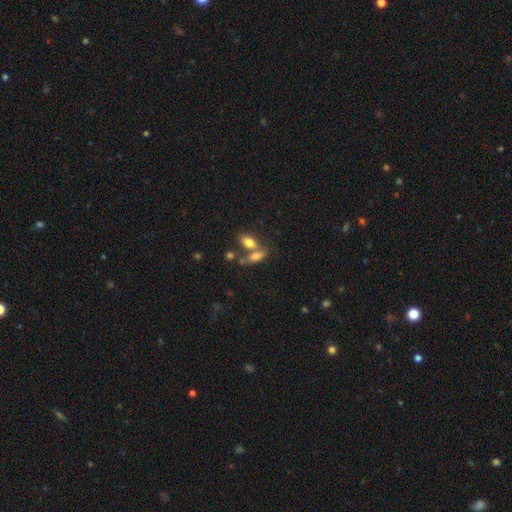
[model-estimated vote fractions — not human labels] smooth_or_featured: smooth (p=0.72) [alt: featured or disk p=0.18]
how_rounded: in between (p=0.75) [alt: cigar-shaped p=0.20]
merging: none (p=0.44) [alt: merger p=0.41]